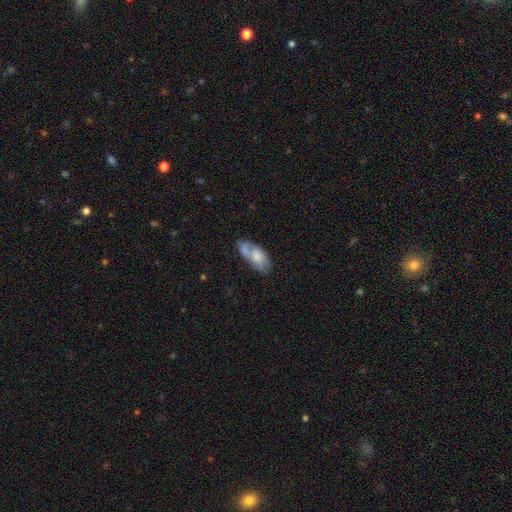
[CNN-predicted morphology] Smooth or featured?
  - smooth: 49% *
  - featured or disk: 44%
  - star or artifact: 7%
Merging?
  - none: 50% *
  - minor disturbance: 28%
  - major disturbance: 11%
  - merger: 11%